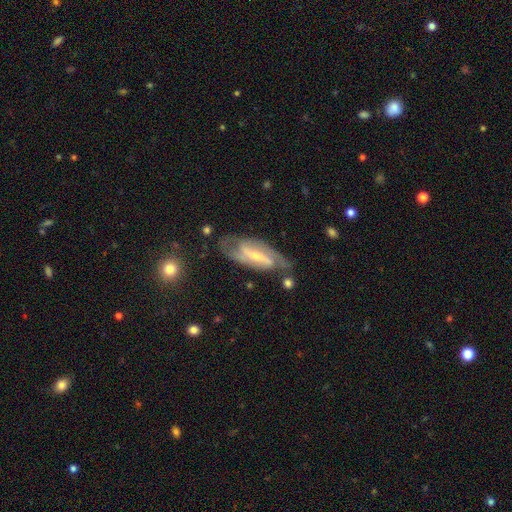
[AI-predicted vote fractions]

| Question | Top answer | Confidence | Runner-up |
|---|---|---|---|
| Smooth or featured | featured or disk | 83% | smooth (11%) |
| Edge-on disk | no | 89% | yes (11%) |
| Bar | strong | 47% | weak (37%) |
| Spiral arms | yes | 94% | no (6%) |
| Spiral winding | medium | 48% | tight (32%) |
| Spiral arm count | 2 | 79% | can't tell (11%) |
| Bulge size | small | 60% | moderate (33%) |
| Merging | none | 69% | minor disturbance (20%) |